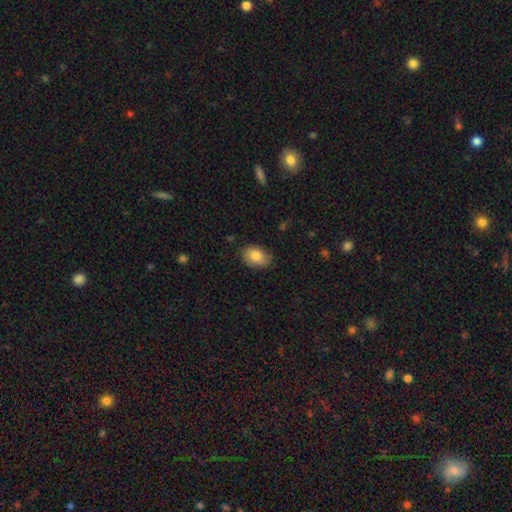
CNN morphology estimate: Smooth or featured: smooth — 82% (featured or disk — 11%)
How rounded: in between — 84% (round — 15%)
Merging: none — 76% (minor disturbance — 19%)